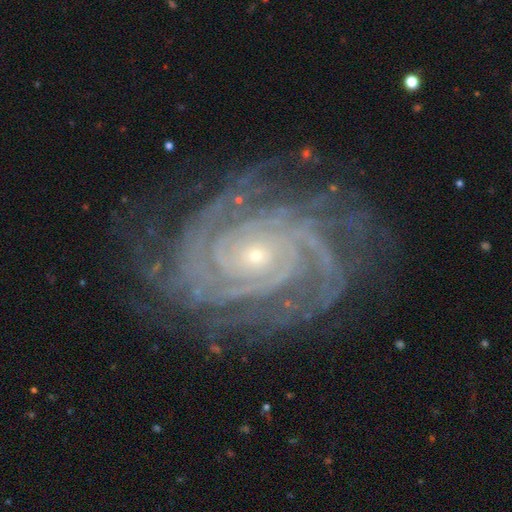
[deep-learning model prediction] smooth_or_featured: featured or disk (p=0.93) [alt: star or artifact p=0.05]
disk_edge_on: no (p=0.98) [alt: yes p=0.02]
bar: no (p=0.71) [alt: weak p=0.19]
has_spiral_arms: yes (p=0.99) [alt: no p=0.01]
spiral_winding: tight (p=0.81) [alt: medium p=0.17]
spiral_arm_count: 4 (p=0.22) [alt: 2 p=0.20]
bulge_size: small (p=0.78) [alt: moderate p=0.19]
merging: none (p=0.76) [alt: minor disturbance p=0.16]